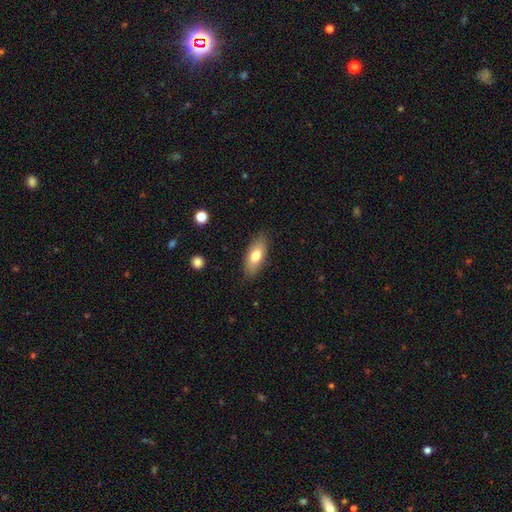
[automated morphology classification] Smooth or featured: smooth — 75% (featured or disk — 19%)
How rounded: in between — 81% (cigar-shaped — 16%)
Merging: none — 85% (minor disturbance — 11%)